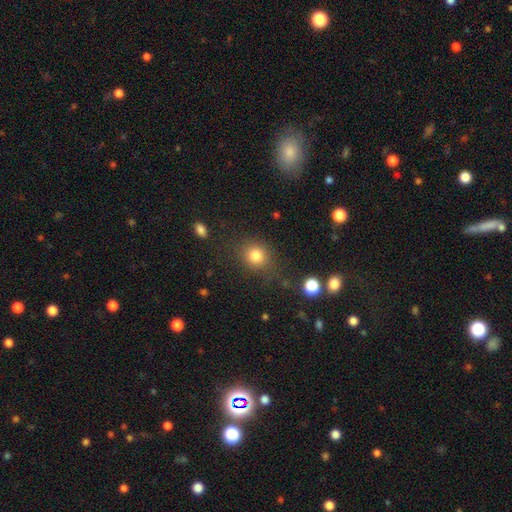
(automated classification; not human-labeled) A smooth galaxy with no disk features (81%) that is round (82%).

Vote fractions:
- Smooth or featured? smooth: 81% / star or artifact: 12% / featured or disk: 7%
- How rounded? round: 82% / in between: 17% / cigar-shaped: 1%
- Merging? none: 79% / minor disturbance: 13% / major disturbance: 6% / merger: 3%